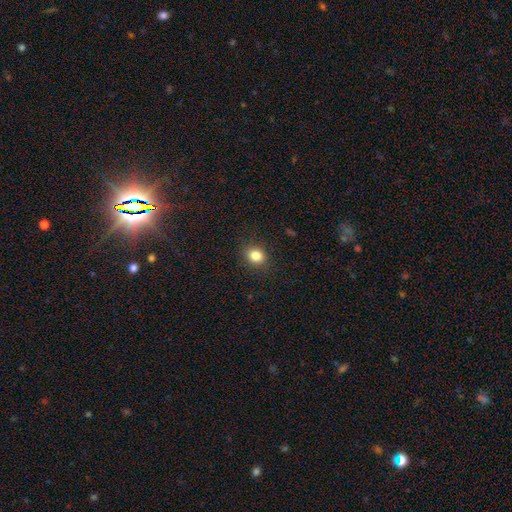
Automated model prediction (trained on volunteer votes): smooth_or_featured: smooth (p=0.83) [alt: star or artifact p=0.11]
how_rounded: round (p=0.59) [alt: in between p=0.40]
merging: none (p=0.88) [alt: minor disturbance p=0.09]